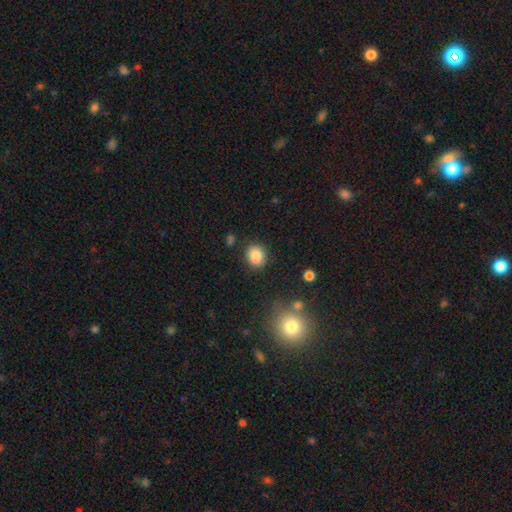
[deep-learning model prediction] smooth_or_featured: smooth (p=0.85) [alt: star or artifact p=0.10]
how_rounded: round (p=0.60) [alt: in between p=0.38]
merging: none (p=0.82) [alt: minor disturbance p=0.11]